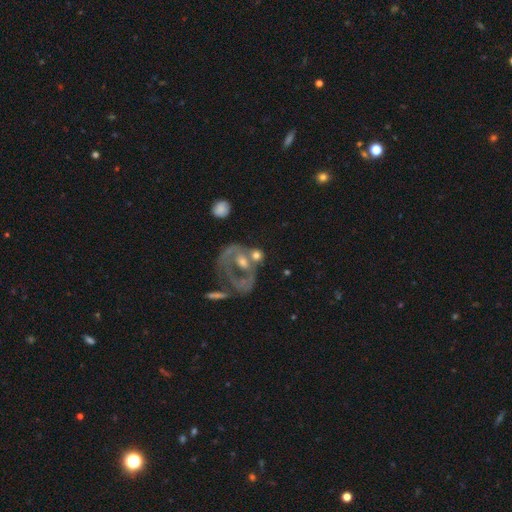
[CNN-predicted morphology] This appears to be a featured or disk galaxy (58%) with no bar (74%), no spiral arms (67%) and a moderate central bulge (51%). Merging: merger (35%).